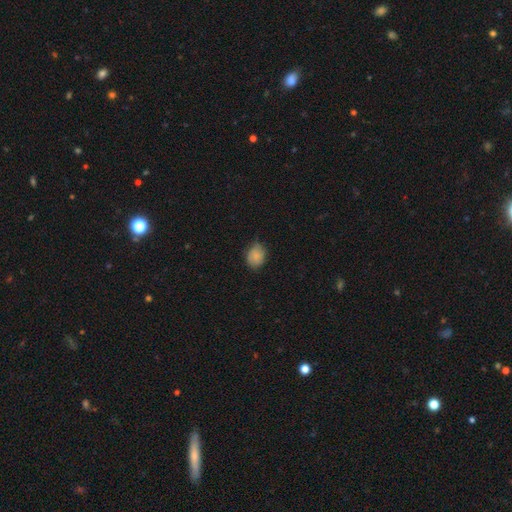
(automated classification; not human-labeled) A smooth galaxy with no disk features (84%) that is in between round and cigar-shaped (52%). Merging: none (72%).